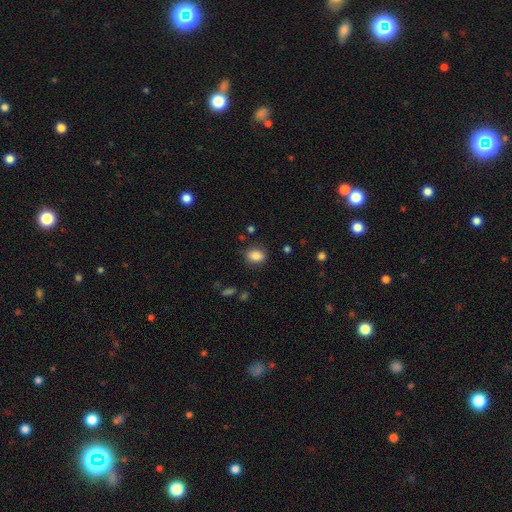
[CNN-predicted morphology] smooth-or-featured: smooth: 85% | star or artifact: 9% | featured or disk: 6%
  how-rounded: in between: 56% | round: 43% | cigar-shaped: 1%
  merging: none: 84% | minor disturbance: 11% | major disturbance: 3% | merger: 2%